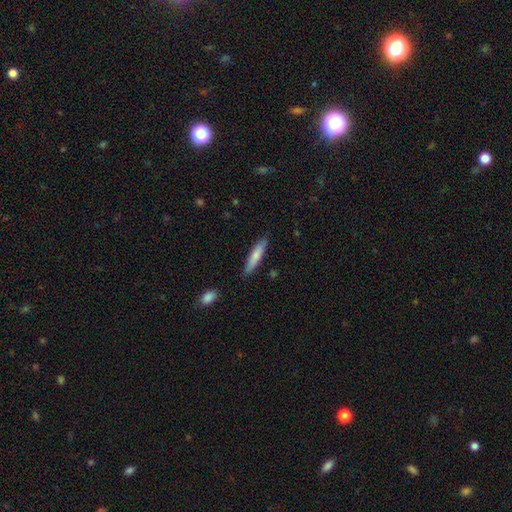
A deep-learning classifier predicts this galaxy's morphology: smooth_or_featured: smooth (p=0.78) [alt: featured or disk p=0.17]
how_rounded: cigar-shaped (p=0.84) [alt: in between p=0.15]
merging: none (p=0.86) [alt: minor disturbance p=0.11]